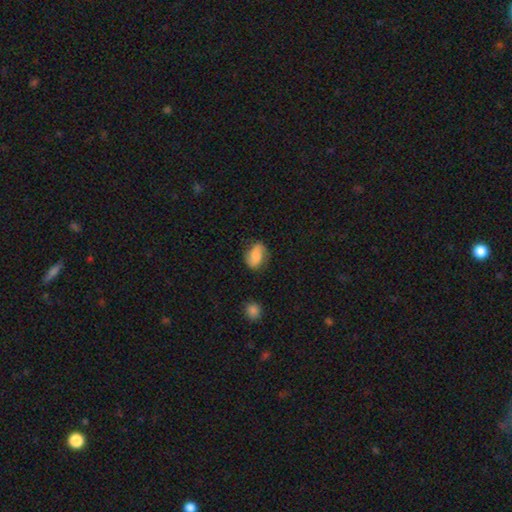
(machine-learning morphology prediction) This is likely a smooth galaxy (61%). How rounded: clearly in between (80%). Merging: likely none (71%).